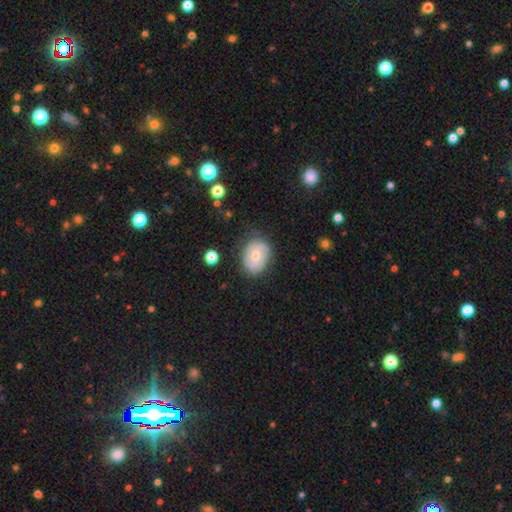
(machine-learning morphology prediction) smooth-or-featured: smooth: 61% | featured or disk: 31% | star or artifact: 8%
  how-rounded: round: 51% | in between: 48% | cigar-shaped: 1%
  merging: none: 65% | minor disturbance: 25% | major disturbance: 8% | merger: 2%